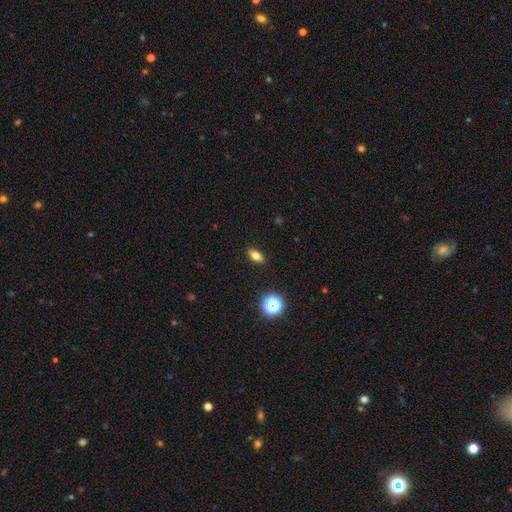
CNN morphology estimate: A smooth galaxy with no disk features (73%) that is in between round and cigar-shaped (80%).

Vote fractions:
- Smooth or featured? smooth: 73% / featured or disk: 13% / star or artifact: 13%
- How rounded? in between: 80% / cigar-shaped: 11% / round: 9%
- Merging? none: 89% / minor disturbance: 8% / major disturbance: 2% / merger: 1%